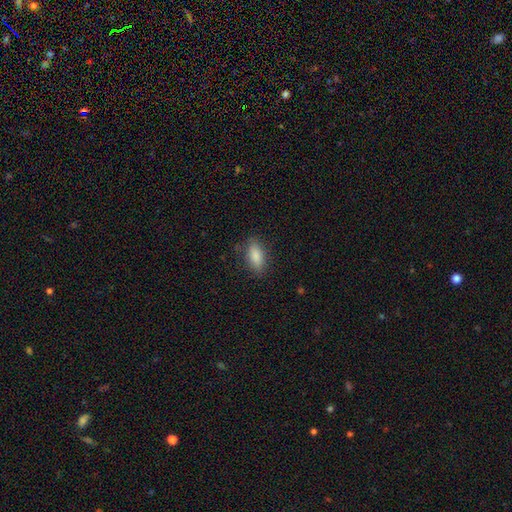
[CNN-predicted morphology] Smooth or featured? Predicted: smooth (p=0.86). How rounded? Predicted: in between (p=0.84). Merging? Predicted: none (p=0.82).